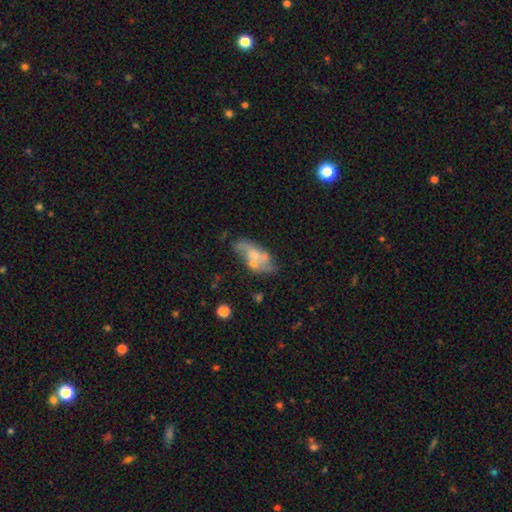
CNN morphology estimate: Overall: featured or disk (55%; smooth 35%). Edge-on disk: no (91%). Bar: no (75%). Spiral arms: no (53%; yes 47%). Bulge size: small (44%; moderate 29%). Merging: none (36%; merger 26%).